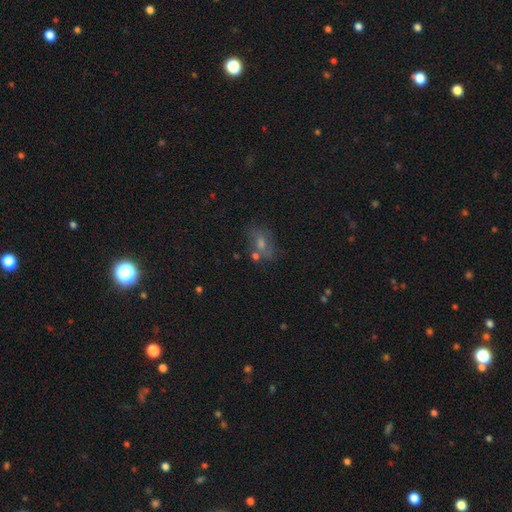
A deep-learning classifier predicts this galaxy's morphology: Smooth or featured? Predicted: smooth (p=0.39). Merging? Predicted: none (p=0.60).